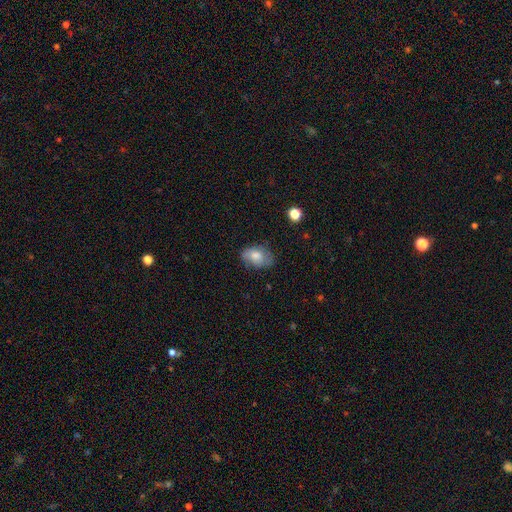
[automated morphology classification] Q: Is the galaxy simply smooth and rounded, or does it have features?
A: smooth — 70%.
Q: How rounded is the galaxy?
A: in between — 85%.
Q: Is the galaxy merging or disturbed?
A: none — 65%.